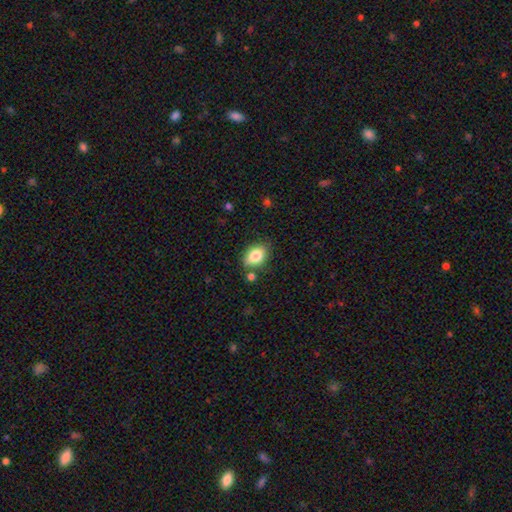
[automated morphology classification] type=smooth (82%); roundness=in between (82%); merging=none (76%).